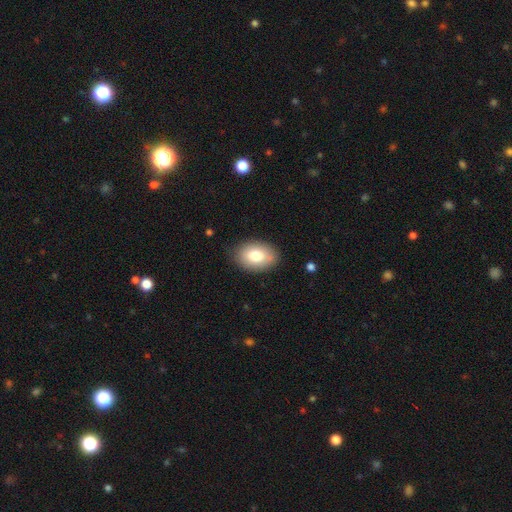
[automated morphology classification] Smooth or featured? Predicted: smooth (p=0.79). How rounded? Predicted: in between (p=0.86). Merging? Predicted: none (p=0.84).